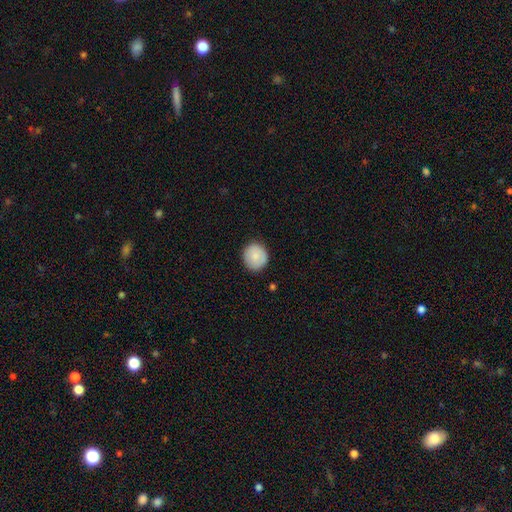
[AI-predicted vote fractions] Smooth or featured? Predicted: smooth (p=0.85). How rounded? Predicted: round (p=0.89). Merging? Predicted: none (p=0.88).